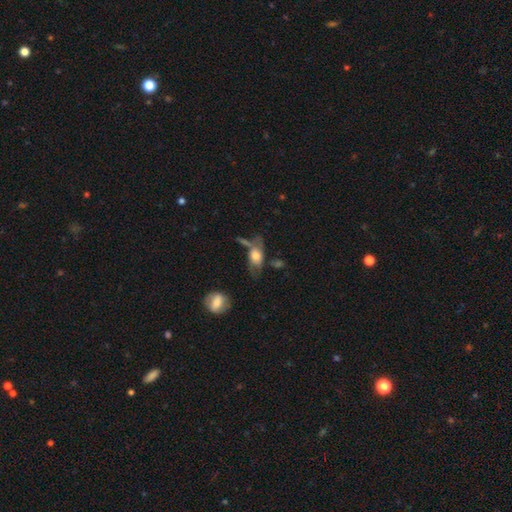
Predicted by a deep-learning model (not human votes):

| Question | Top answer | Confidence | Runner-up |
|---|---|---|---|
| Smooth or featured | smooth | 56% | featured or disk (36%) |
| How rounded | in between | 79% | round (12%) |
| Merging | none | 43% | minor disturbance (23%) |